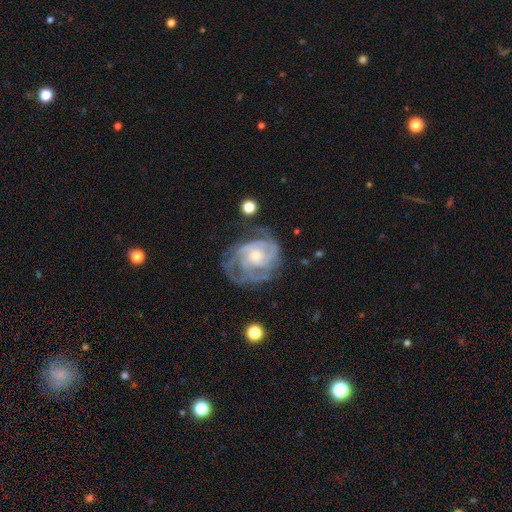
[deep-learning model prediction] smooth_or_featured: featured or disk (p=0.86) [alt: smooth p=0.08]
disk_edge_on: no (p=0.98) [alt: yes p=0.02]
bar: no (p=0.74) [alt: weak p=0.22]
has_spiral_arms: yes (p=0.94) [alt: no p=0.06]
spiral_winding: tight (p=0.59) [alt: medium p=0.33]
spiral_arm_count: can't tell (p=0.31) [alt: 3 p=0.27]
bulge_size: small (p=0.47) [alt: moderate p=0.46]
merging: none (p=0.57) [alt: minor disturbance p=0.23]